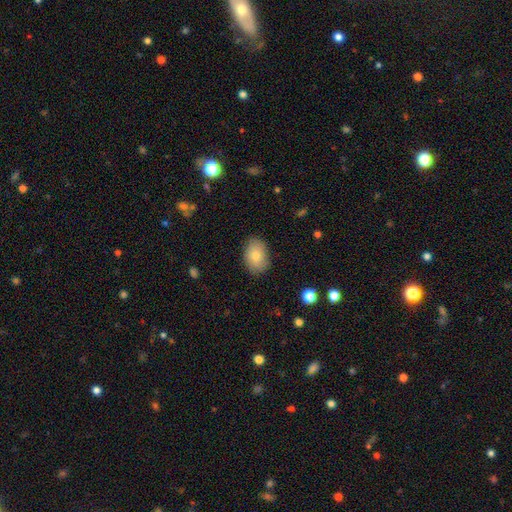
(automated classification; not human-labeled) A smooth galaxy with no disk features (78%) that is in between round and cigar-shaped (82%).

Vote fractions:
- Smooth or featured? smooth: 78% / featured or disk: 14% / star or artifact: 8%
- How rounded? in between: 82% / round: 17% / cigar-shaped: 1%
- Merging? none: 86% / minor disturbance: 11% / major disturbance: 2% / merger: 1%